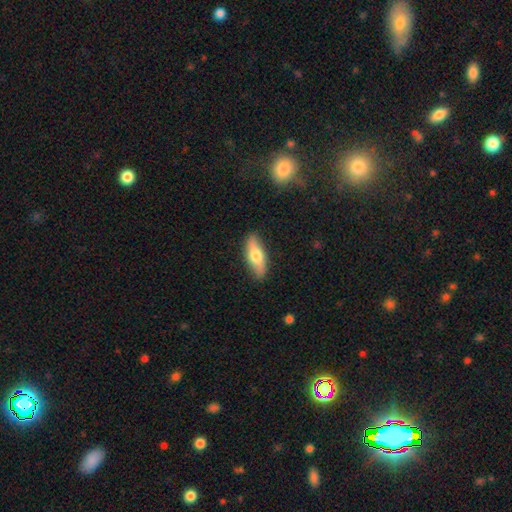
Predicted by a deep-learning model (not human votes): Smooth or featured? smooth (62%)
How rounded? in between (57%)
Merging? none (87%)